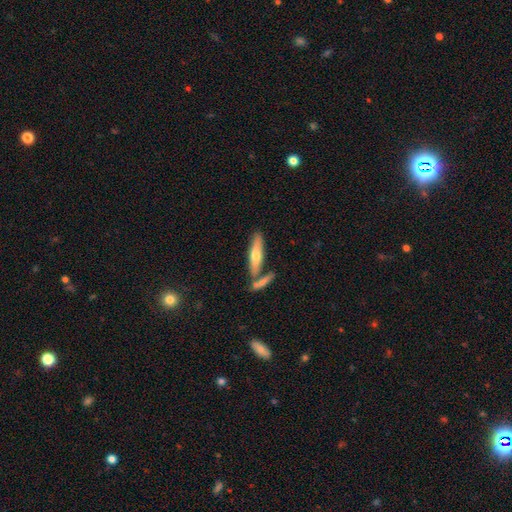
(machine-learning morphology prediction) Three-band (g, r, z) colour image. It shows a smooth galaxy with no disk features (57%) that is cigar-shaped (76%). Merging: none (67%).